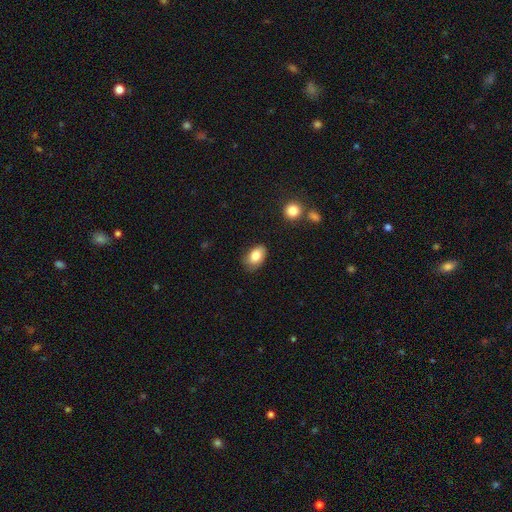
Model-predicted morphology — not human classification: Smooth or featured? smooth (83%)
How rounded? in between (89%)
Merging? none (71%)